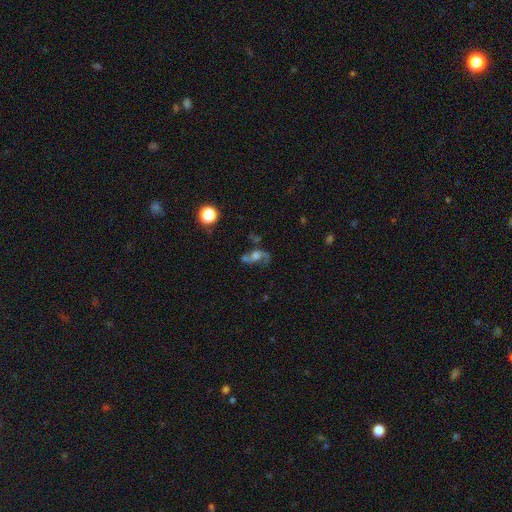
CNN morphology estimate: This appears to be a featured or disk galaxy (70%) with no bar (64%), 2 (86%) loose (73%) spiral arms (87%) and a moderate central bulge (40%). Merging: none (50%).